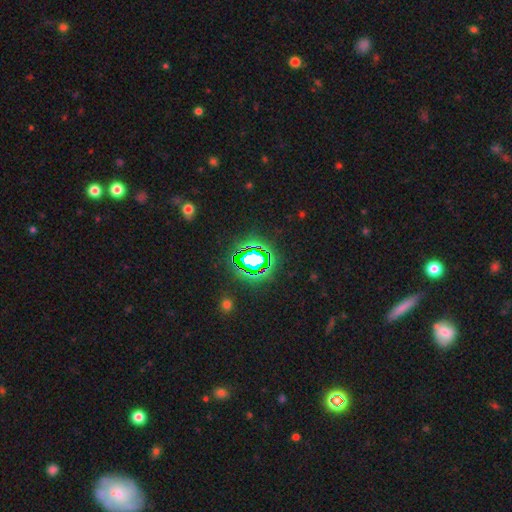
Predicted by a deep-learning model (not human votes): star or artifact 74%, smooth 16%, featured or disk 10%.